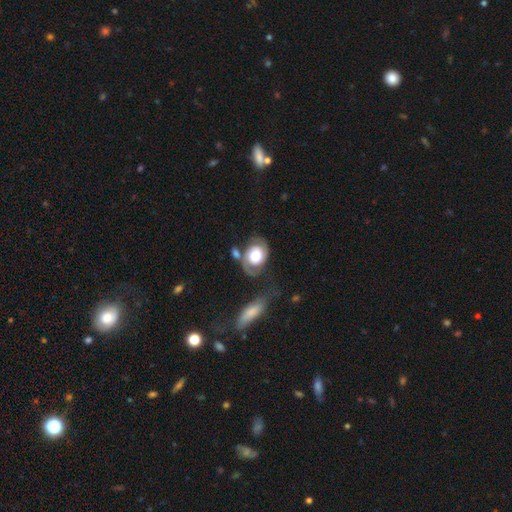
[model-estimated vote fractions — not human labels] Morphology: type=featured or disk (57%); edge-on=no (95%); bar=no (80%); spiral arms=yes (73%); bulge=large (59%); merging=none (49%).